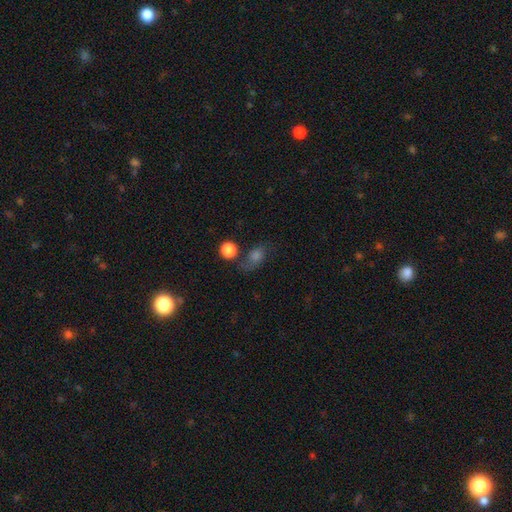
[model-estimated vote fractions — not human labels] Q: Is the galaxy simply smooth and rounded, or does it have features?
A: smooth — 49%.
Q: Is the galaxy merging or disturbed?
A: none — 54%.